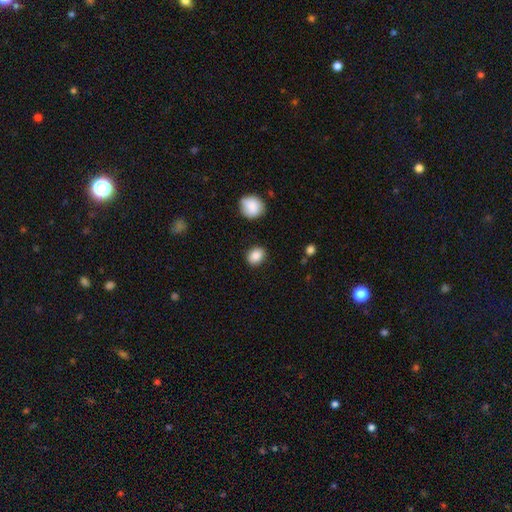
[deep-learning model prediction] Smooth or featured?
  - smooth: 87% *
  - star or artifact: 9%
  - featured or disk: 5%
How rounded?
  - in between: 50% *
  - round: 48%
  - cigar-shaped: 1%
Merging?
  - none: 87% *
  - minor disturbance: 9%
  - major disturbance: 2%
  - merger: 2%